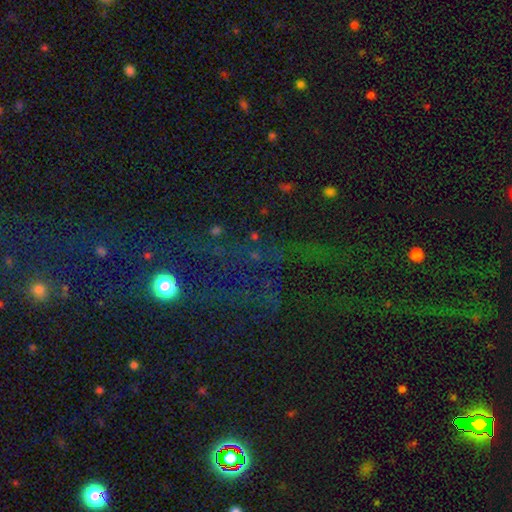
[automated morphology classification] A star or artifact, not a galaxy (73%).

Vote fractions:
- Smooth or featured? star or artifact: 73% / smooth: 14% / featured or disk: 13%